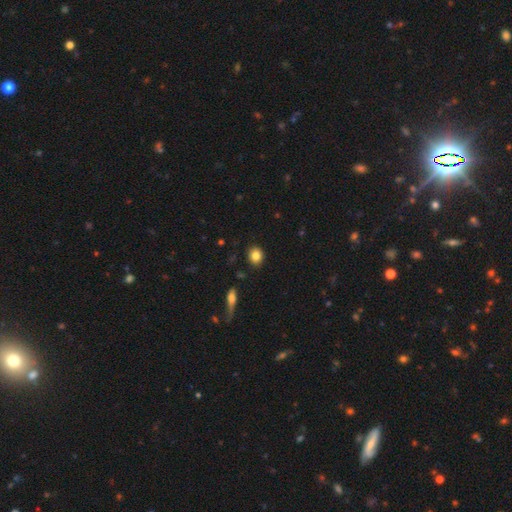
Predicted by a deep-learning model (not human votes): Smooth or featured? Predicted: smooth (p=0.84). How rounded? Predicted: round (p=0.68). Merging? Predicted: none (p=0.88).